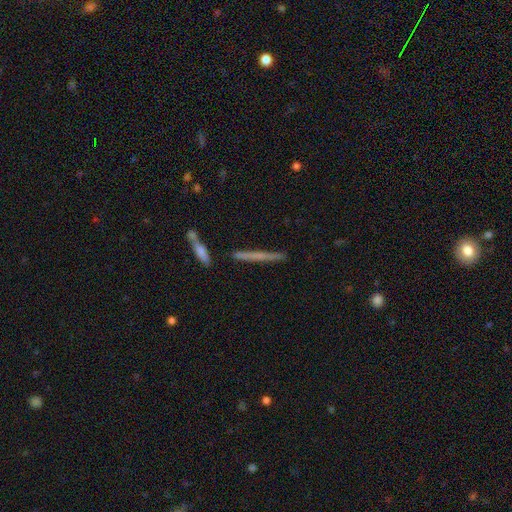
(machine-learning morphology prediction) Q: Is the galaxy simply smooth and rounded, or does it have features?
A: featured or disk — 47%.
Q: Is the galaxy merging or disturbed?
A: none — 86%.